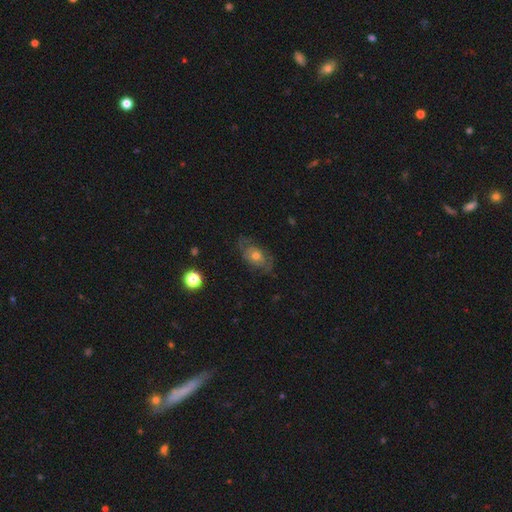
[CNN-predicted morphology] This is likely a featured or disk galaxy (62%). It is clearly not viewed edge-on (93%). Bar: clearly no (82%). Spiral arm pattern: likely yes (70%). Central bulge: likely moderate (69%). Merging: likely none (64%).